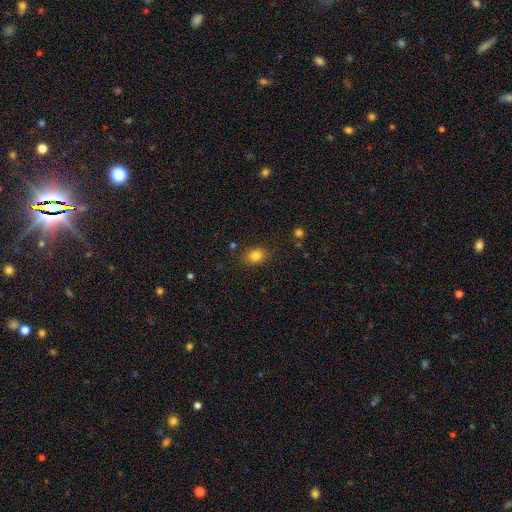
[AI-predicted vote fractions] Q: Smooth or featured?
A: smooth (83%); runner-up: star or artifact (11%)
Q: How rounded?
A: in between (50%); runner-up: round (49%)
Q: Merging?
A: none (83%); runner-up: minor disturbance (11%)